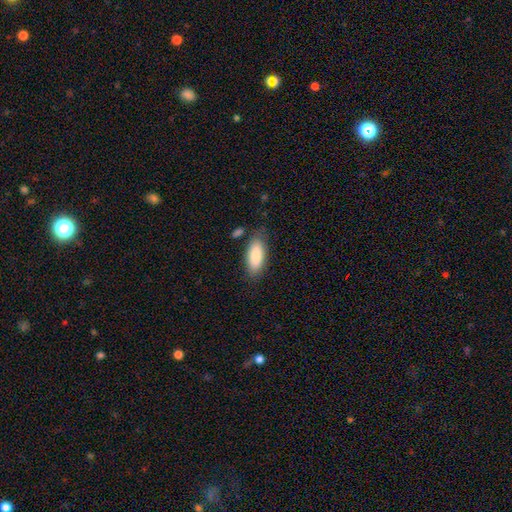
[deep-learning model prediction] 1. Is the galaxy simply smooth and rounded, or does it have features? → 86% smooth, 8% featured or disk, 6% star or artifact.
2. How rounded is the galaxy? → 80% in between, 18% cigar-shaped, 2% round.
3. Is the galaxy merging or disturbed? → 77% none, 15% minor disturbance, 4% merger, 4% major disturbance.